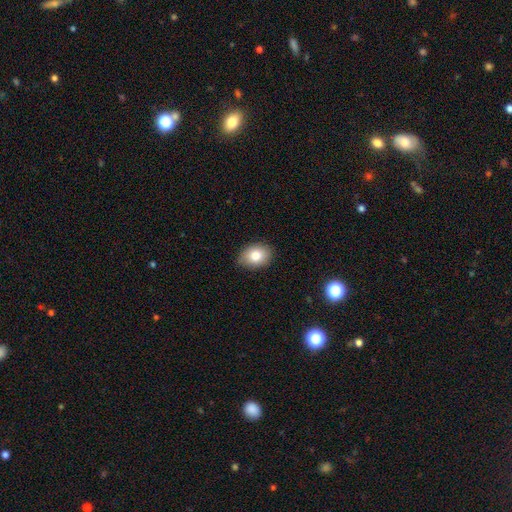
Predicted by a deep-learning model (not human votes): A smooth galaxy with no disk features (82%) that is in between round and cigar-shaped (74%). Merging: none (83%).